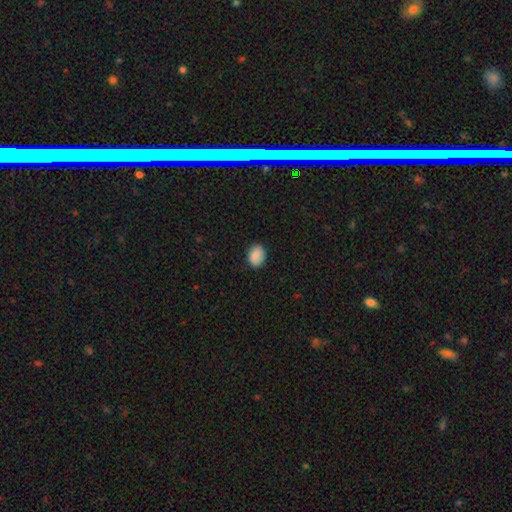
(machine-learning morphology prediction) This appears to be a smooth galaxy with no disk features (86%) that is in between round and cigar-shaped (62%). Merging: none (85%).